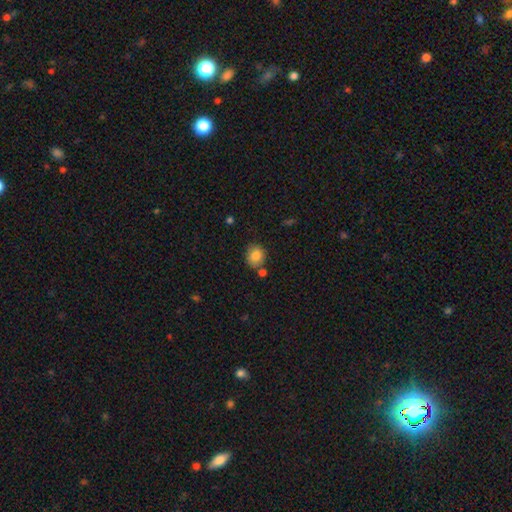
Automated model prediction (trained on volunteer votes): Q: Smooth or featured?
A: smooth (83%); runner-up: star or artifact (9%)
Q: How rounded?
A: round (76%); runner-up: in between (23%)
Q: Merging?
A: none (75%); runner-up: minor disturbance (12%)